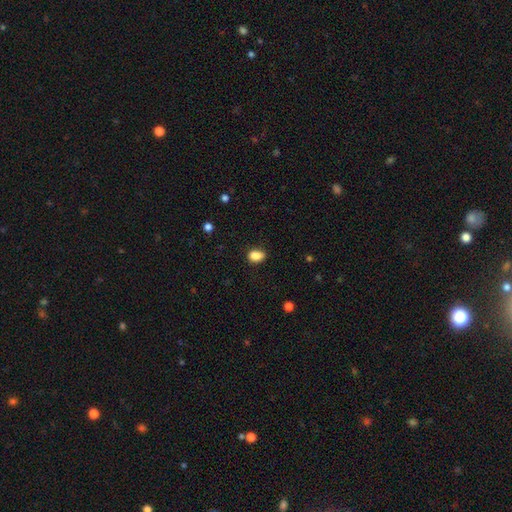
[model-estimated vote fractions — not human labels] smooth-or-featured: smooth: 87% | star or artifact: 9% | featured or disk: 4%
  how-rounded: in between: 77% | round: 22% | cigar-shaped: 2%
  merging: none: 75% | minor disturbance: 18% | major disturbance: 4% | merger: 3%